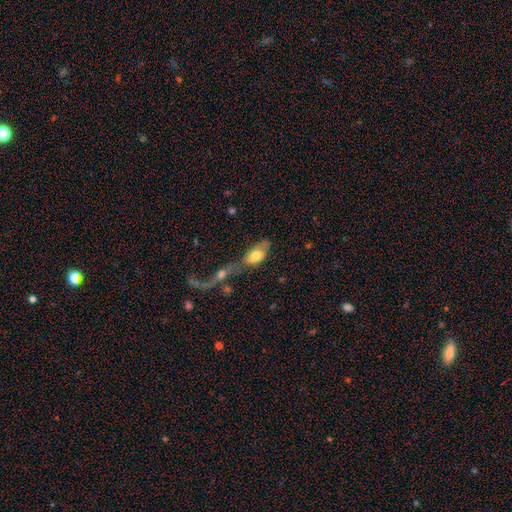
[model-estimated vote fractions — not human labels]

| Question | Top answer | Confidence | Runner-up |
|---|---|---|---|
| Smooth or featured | smooth | 65% | featured or disk (27%) |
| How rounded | in between | 90% | round (5%) |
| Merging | merger | 58% | none (18%) |